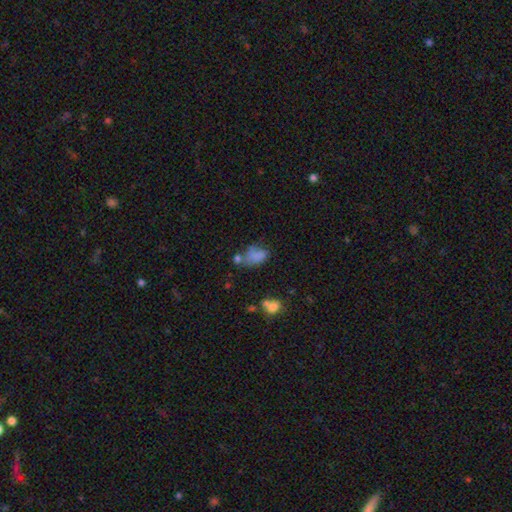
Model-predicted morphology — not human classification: Q: Smooth or featured?
A: smooth (71%); runner-up: featured or disk (16%)
Q: How rounded?
A: in between (86%); runner-up: round (12%)
Q: Merging?
A: none (33%); runner-up: minor disturbance (27%)